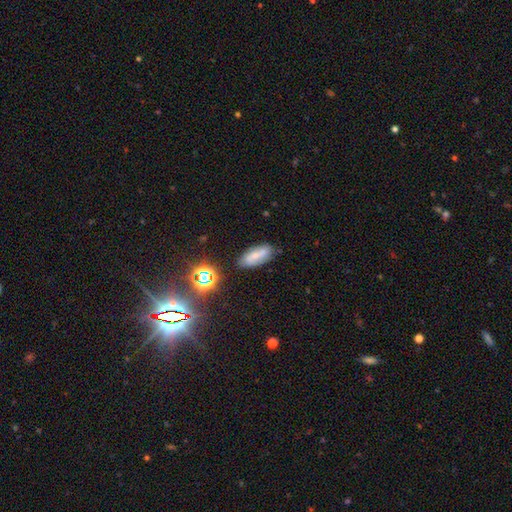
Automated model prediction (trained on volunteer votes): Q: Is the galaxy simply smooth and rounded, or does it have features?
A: smooth — 53%.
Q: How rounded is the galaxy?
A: in between — 77%.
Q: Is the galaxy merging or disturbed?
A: none — 75%.